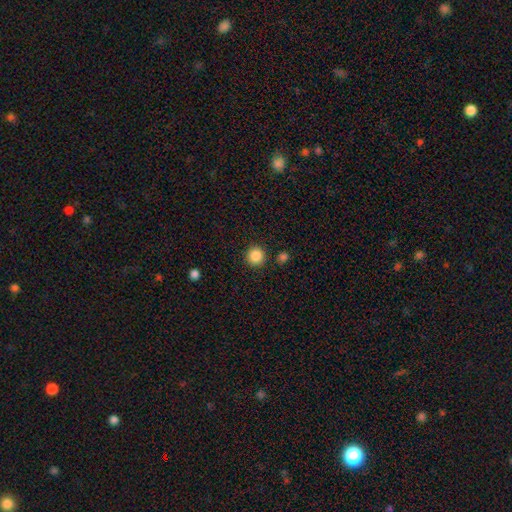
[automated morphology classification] type=smooth (87%); roundness=round (94%); merging=none (90%).